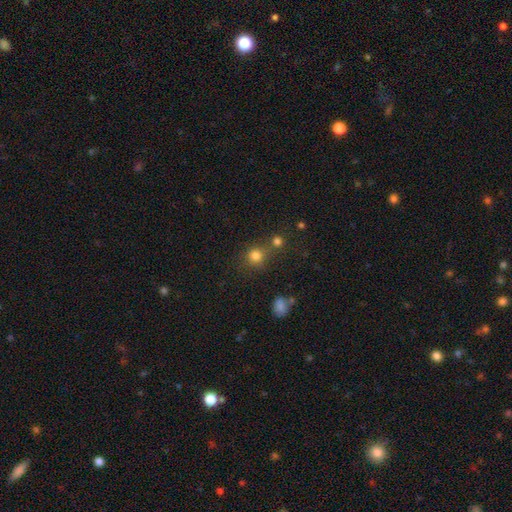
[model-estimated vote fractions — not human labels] Q: Smooth or featured?
A: smooth (79%); runner-up: star or artifact (15%)
Q: How rounded?
A: round (88%); runner-up: in between (11%)
Q: Merging?
A: none (63%); runner-up: merger (23%)